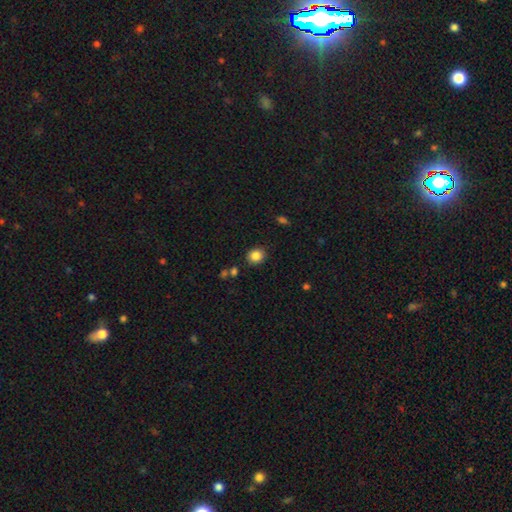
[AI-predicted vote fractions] This appears to be a smooth galaxy with no disk features (86%) that is round (72%). Merging: none (85%).